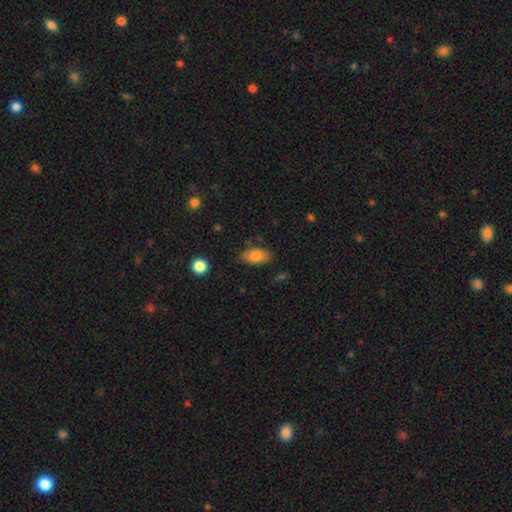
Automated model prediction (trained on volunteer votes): Q: Smooth or featured?
A: smooth (84%); runner-up: featured or disk (9%)
Q: How rounded?
A: in between (91%); runner-up: round (6%)
Q: Merging?
A: none (78%); runner-up: minor disturbance (16%)